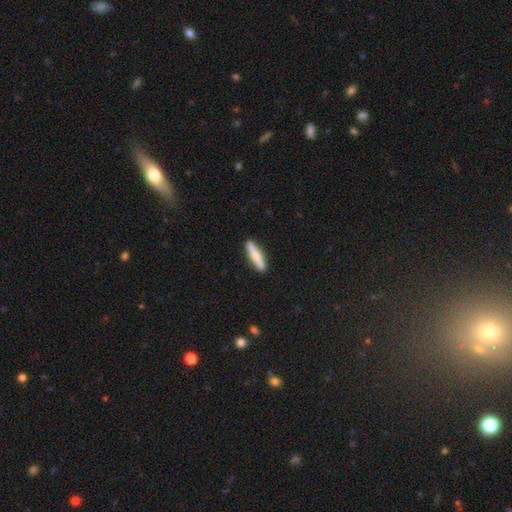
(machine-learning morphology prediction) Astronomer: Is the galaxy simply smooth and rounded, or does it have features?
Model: smooth — 71%.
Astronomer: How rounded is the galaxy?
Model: cigar-shaped — 88%.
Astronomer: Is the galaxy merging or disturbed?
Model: none — 89%.